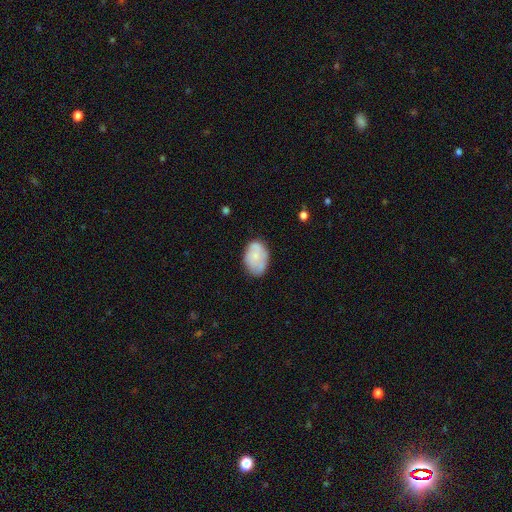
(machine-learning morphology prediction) A smooth galaxy with no disk features (63%) that is in between round and cigar-shaped (85%). Merging: none (64%).